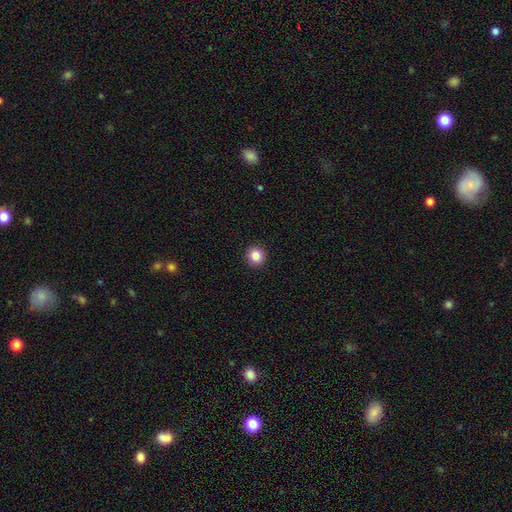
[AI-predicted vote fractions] A smooth galaxy with no disk features (85%) that is round (94%).

Vote fractions:
- Smooth or featured? smooth: 85% / star or artifact: 11% / featured or disk: 5%
- How rounded? round: 94% / in between: 5% / cigar-shaped: 1%
- Merging? none: 93% / minor disturbance: 4% / major disturbance: 1% / merger: 1%